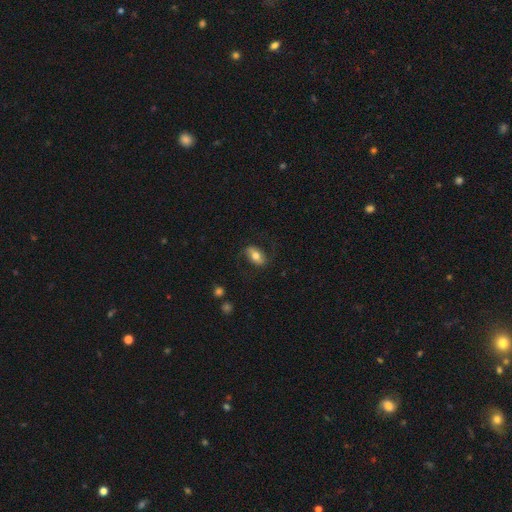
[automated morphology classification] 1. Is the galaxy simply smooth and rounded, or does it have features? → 59% smooth, 34% featured or disk, 7% star or artifact.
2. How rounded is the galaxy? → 88% in between, 7% round, 5% cigar-shaped.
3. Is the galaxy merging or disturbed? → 73% none, 17% minor disturbance, 9% major disturbance, 1% merger.